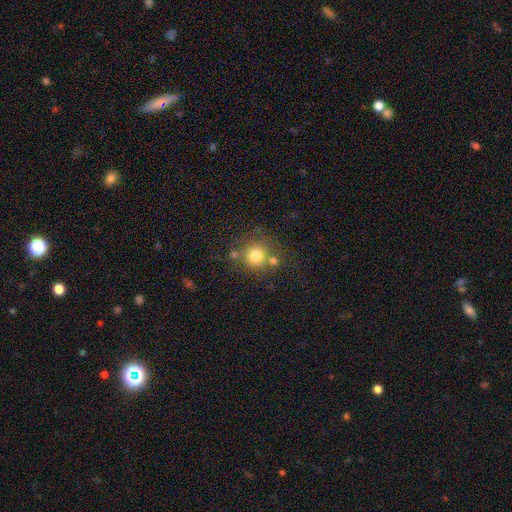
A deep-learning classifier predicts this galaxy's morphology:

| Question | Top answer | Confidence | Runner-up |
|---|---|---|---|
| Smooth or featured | smooth | 77% | star or artifact (13%) |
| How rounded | round | 91% | in between (8%) |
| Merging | none | 66% | merger (17%) |